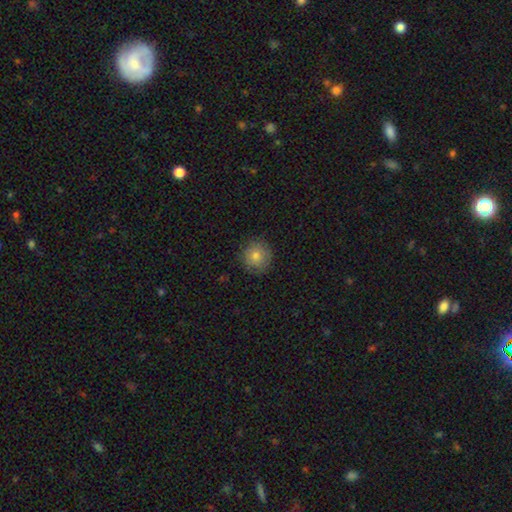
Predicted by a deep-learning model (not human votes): This is likely a smooth galaxy (79%). How rounded: clearly round (94%). Merging: clearly none (87%).